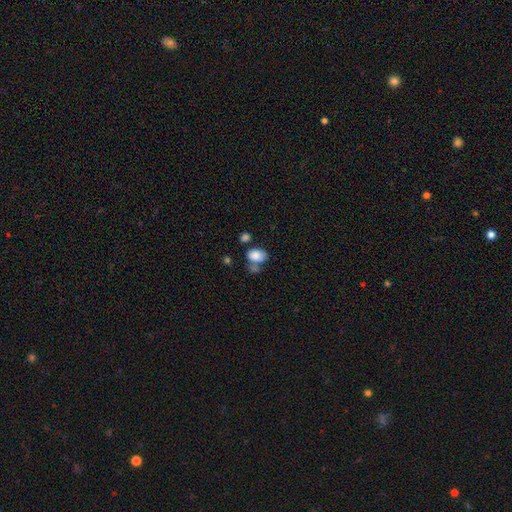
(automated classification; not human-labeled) Smooth or featured? Predicted: smooth (p=0.82). How rounded? Predicted: in between (p=0.79). Merging? Predicted: none (p=0.47).